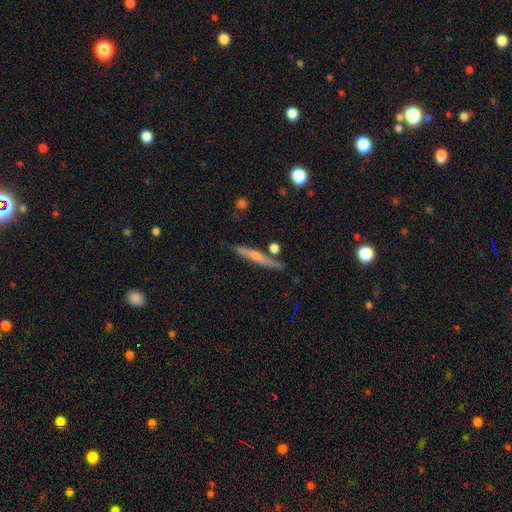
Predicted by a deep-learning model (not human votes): The model was most divided on "smooth or featured": featured or disk: 57%, smooth: 36%, star or artifact: 7%. More confident: edge-on disk — yes (95%); merging — none (81%); edge-on bulge — rounded (61%).